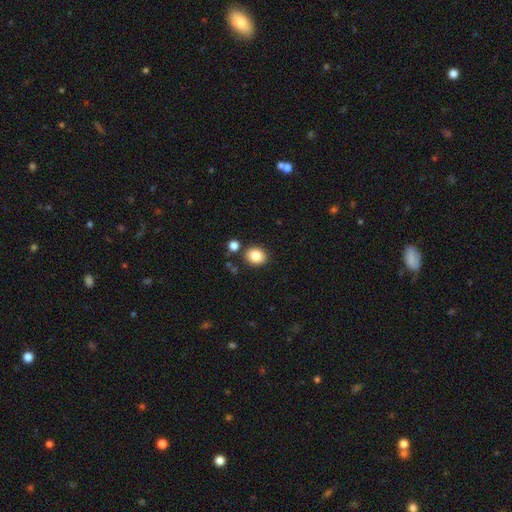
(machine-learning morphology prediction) A smooth galaxy with no disk features (85%) that is round (61%).

Vote fractions:
- Smooth or featured? smooth: 85% / star or artifact: 9% / featured or disk: 6%
- How rounded? round: 61% / in between: 38% / cigar-shaped: 1%
- Merging? none: 84% / minor disturbance: 8% / merger: 5% / major disturbance: 2%